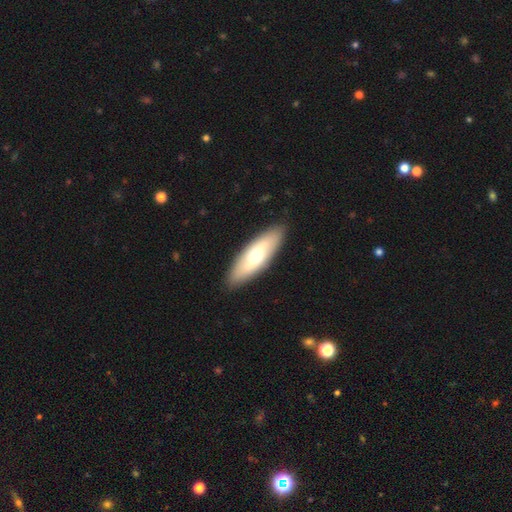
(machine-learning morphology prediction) A smooth galaxy with no disk features (58%) that is in between round and cigar-shaped (56%). Merging: none (89%).